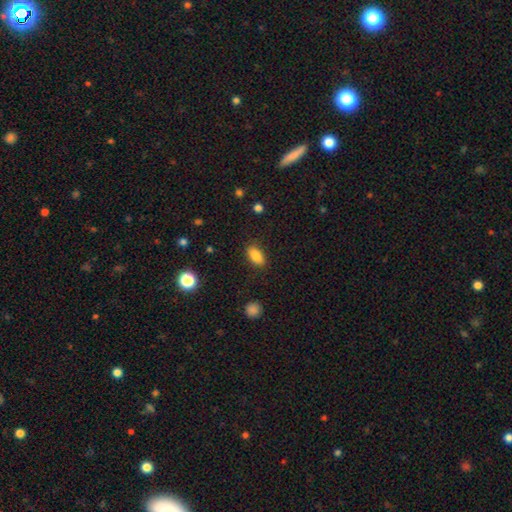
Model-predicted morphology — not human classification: Smooth or featured? Predicted: smooth (p=0.85). How rounded? Predicted: in between (p=0.88). Merging? Predicted: none (p=0.86).